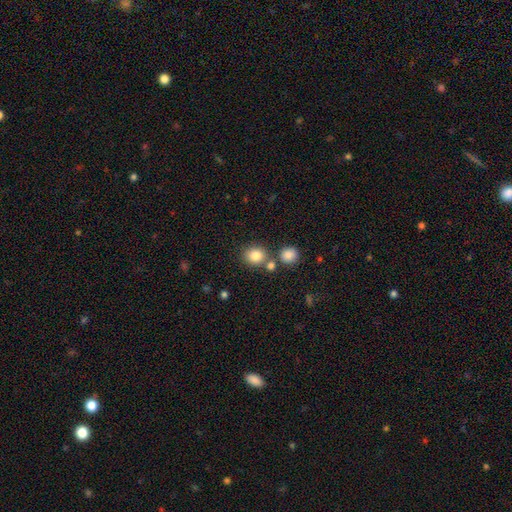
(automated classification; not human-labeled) smooth 82%, star or artifact 11%, featured or disk 7%. Down the decision tree: how rounded — round (76%); merging — none (68%).